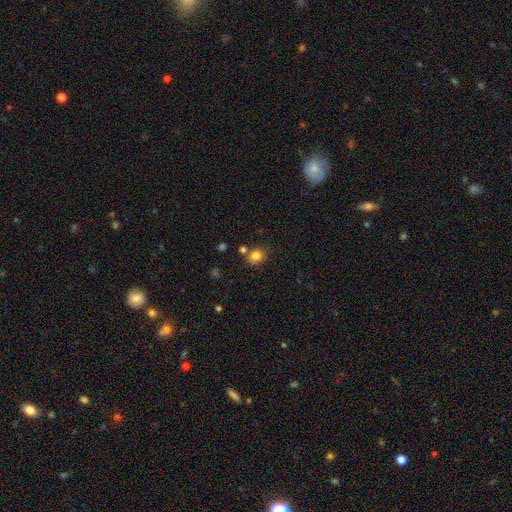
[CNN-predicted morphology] smooth-or-featured: smooth: 81% | star or artifact: 12% | featured or disk: 7%
  how-rounded: round: 71% | in between: 29% | cigar-shaped: 1%
  merging: none: 70% | minor disturbance: 14% | merger: 13% | major disturbance: 4%